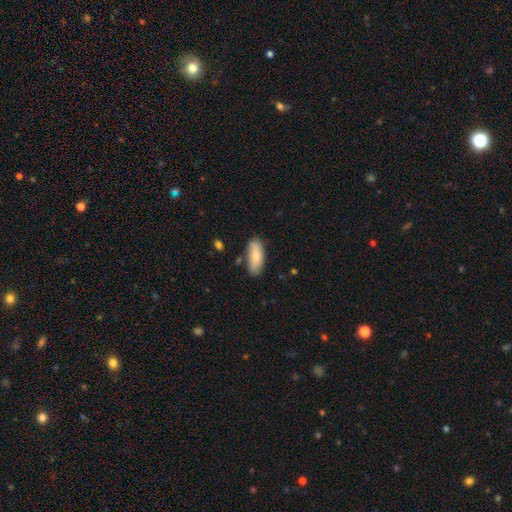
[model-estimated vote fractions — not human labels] Smooth or featured?
  - smooth: 75% *
  - featured or disk: 19%
  - star or artifact: 6%
How rounded?
  - in between: 79% *
  - cigar-shaped: 19%
  - round: 2%
Merging?
  - none: 75% *
  - minor disturbance: 18%
  - merger: 4%
  - major disturbance: 3%